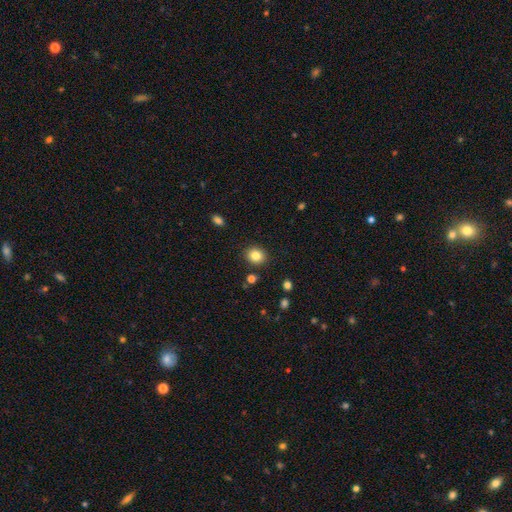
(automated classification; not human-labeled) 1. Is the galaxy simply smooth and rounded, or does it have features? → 83% smooth, 10% star or artifact, 7% featured or disk.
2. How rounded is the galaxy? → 68% round, 31% in between, 1% cigar-shaped.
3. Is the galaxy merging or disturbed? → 88% none, 7% minor disturbance, 2% major disturbance, 2% merger.